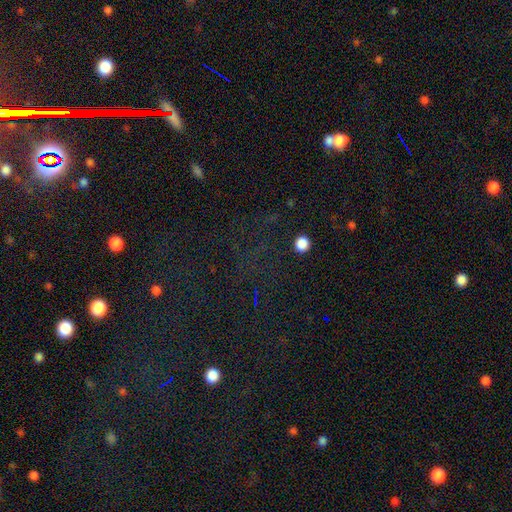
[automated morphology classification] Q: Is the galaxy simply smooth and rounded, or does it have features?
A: star or artifact — 74%.